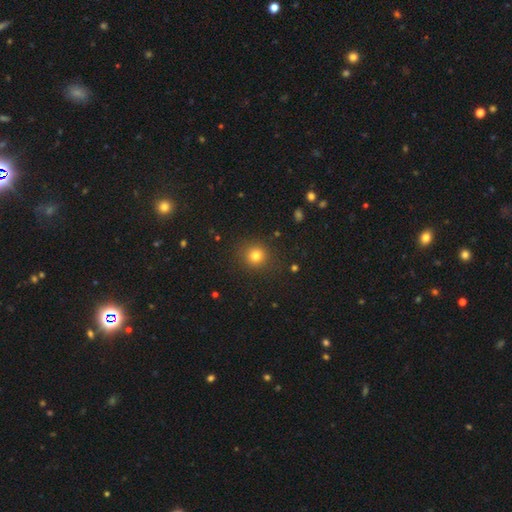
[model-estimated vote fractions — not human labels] Smooth or featured?
  - smooth: 79% *
  - star or artifact: 14%
  - featured or disk: 6%
How rounded?
  - round: 91% *
  - in between: 8%
  - cigar-shaped: 1%
Merging?
  - none: 89% *
  - minor disturbance: 7%
  - major disturbance: 3%
  - merger: 1%